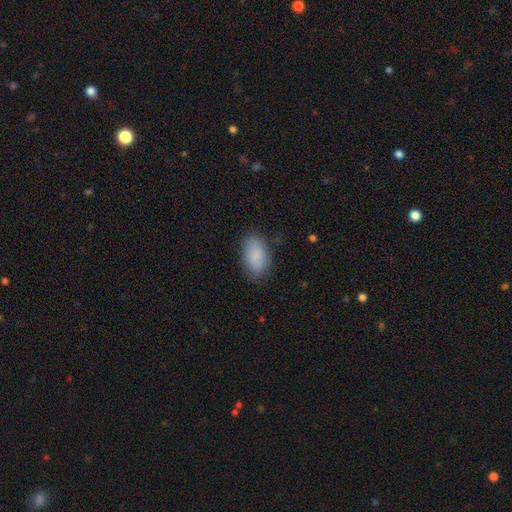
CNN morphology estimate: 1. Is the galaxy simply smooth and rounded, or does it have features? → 87% smooth, 7% star or artifact, 6% featured or disk.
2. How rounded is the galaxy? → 93% in between, 5% round, 2% cigar-shaped.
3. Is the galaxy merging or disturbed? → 81% none, 14% minor disturbance, 4% major disturbance, 1% merger.